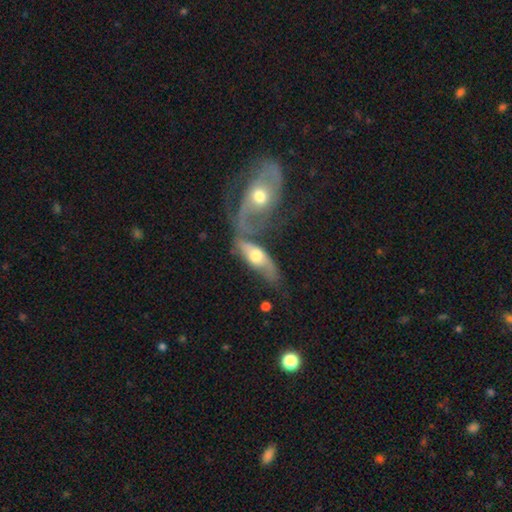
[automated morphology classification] A featured or disk galaxy (65%).

Vote fractions:
- Smooth or featured? featured or disk: 65% / smooth: 29% / star or artifact: 6%
- Edge-on disk? no: 75% / yes: 25%
- Merging? merger: 46% / none: 28% / major disturbance: 13% / minor disturbance: 13%